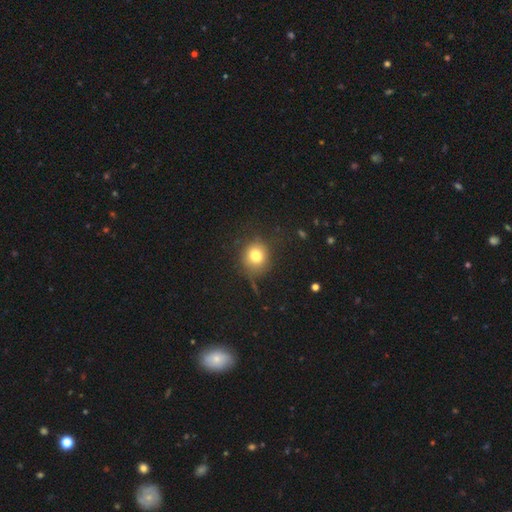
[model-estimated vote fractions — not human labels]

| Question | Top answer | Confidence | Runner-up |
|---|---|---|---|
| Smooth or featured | smooth | 78% | star or artifact (12%) |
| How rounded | round | 83% | in between (16%) |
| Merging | none | 74% | minor disturbance (17%) |